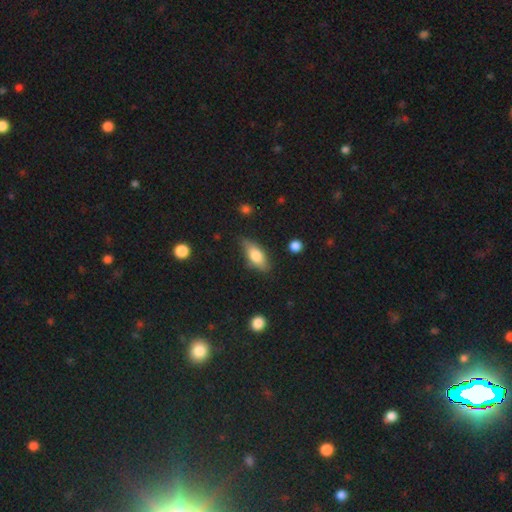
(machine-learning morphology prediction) type=smooth (69%); roundness=in between (76%); merging=none (77%).